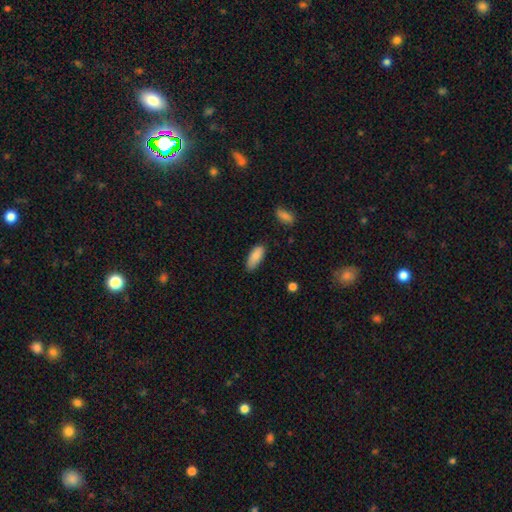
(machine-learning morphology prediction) Smooth or featured? smooth (87%)
How rounded? in between (82%)
Merging? none (74%)